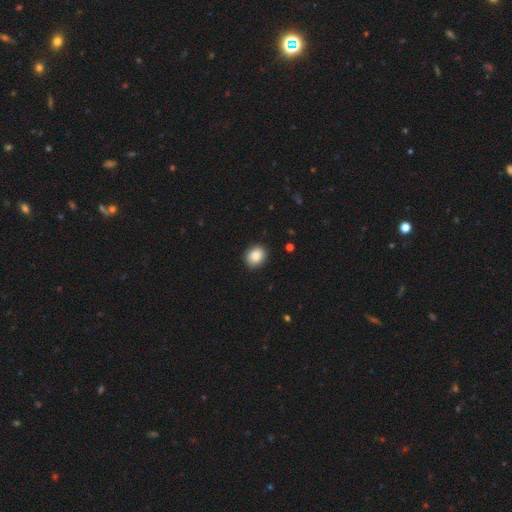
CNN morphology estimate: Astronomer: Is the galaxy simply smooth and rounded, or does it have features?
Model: smooth — 88%.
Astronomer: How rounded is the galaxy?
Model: round — 52% (runner-up: in between, 47%).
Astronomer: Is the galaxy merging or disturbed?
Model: none — 88%.